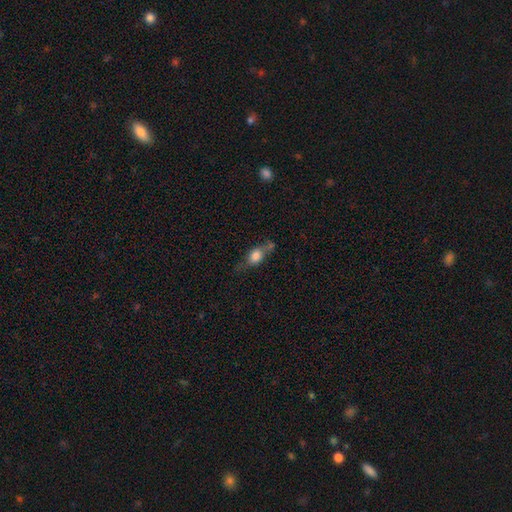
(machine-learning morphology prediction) Smooth or featured? Predicted: smooth (p=0.66). How rounded? Predicted: in between (p=0.66). Merging? Predicted: none (p=0.43).